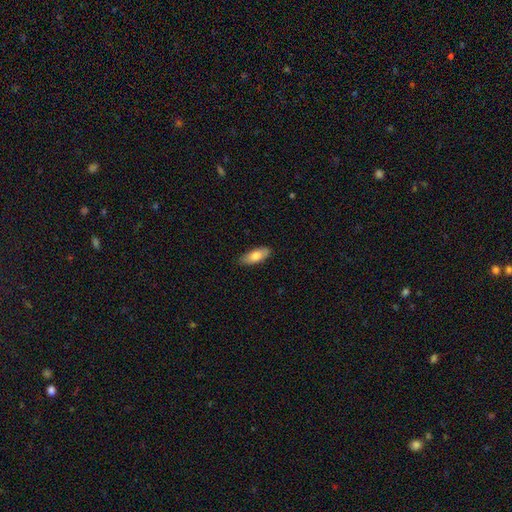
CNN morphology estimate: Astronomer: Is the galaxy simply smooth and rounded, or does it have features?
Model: smooth — 78%.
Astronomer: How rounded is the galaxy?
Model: in between — 78%.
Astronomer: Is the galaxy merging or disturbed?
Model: none — 86%.